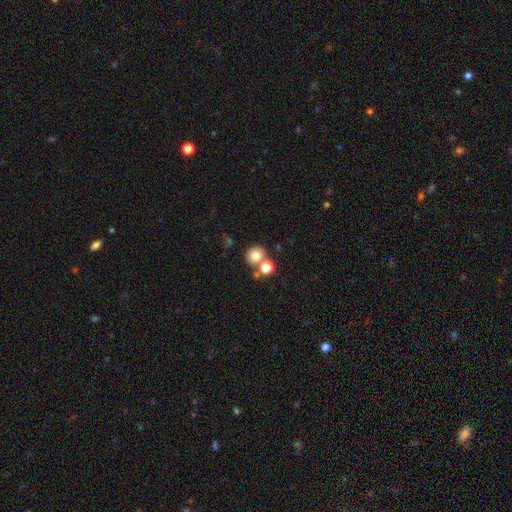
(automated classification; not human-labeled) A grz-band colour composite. It shows a smooth galaxy with no disk features (77%) that is round (87%). Merging: none (63%).